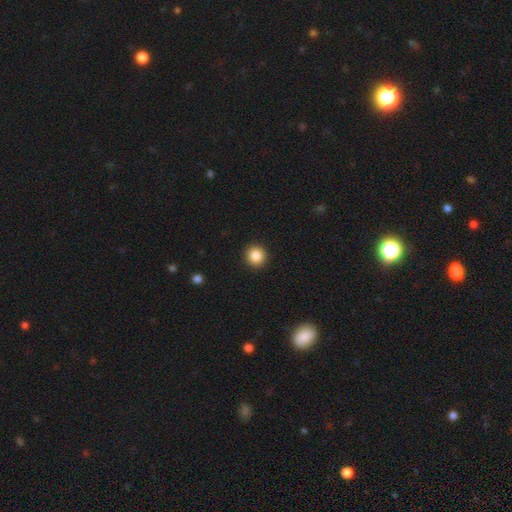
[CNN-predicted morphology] Smooth or featured? smooth (86%)
How rounded? round (94%)
Merging? none (93%)